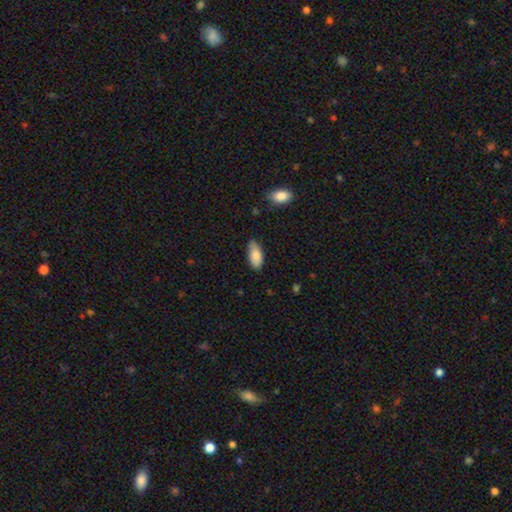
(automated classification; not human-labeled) This is clearly a smooth galaxy (84%). How rounded: clearly in between (90%). Merging: likely none (73%).